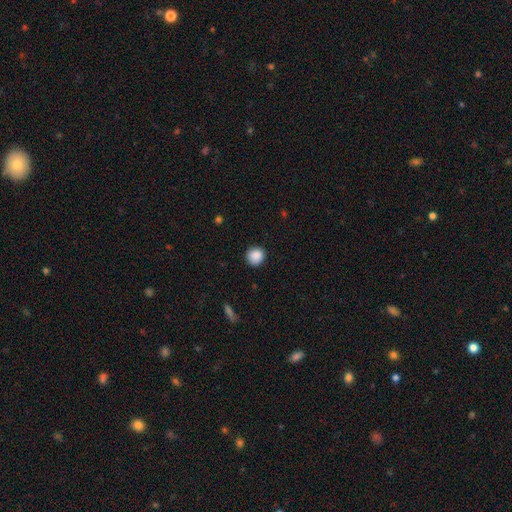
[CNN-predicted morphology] A smooth galaxy with no disk features (88%) that is round (90%).

Vote fractions:
- Smooth or featured? smooth: 88% / star or artifact: 9% / featured or disk: 3%
- How rounded? round: 90% / in between: 9% / cigar-shaped: 1%
- Merging? none: 87% / minor disturbance: 10% / major disturbance: 2% / merger: 1%